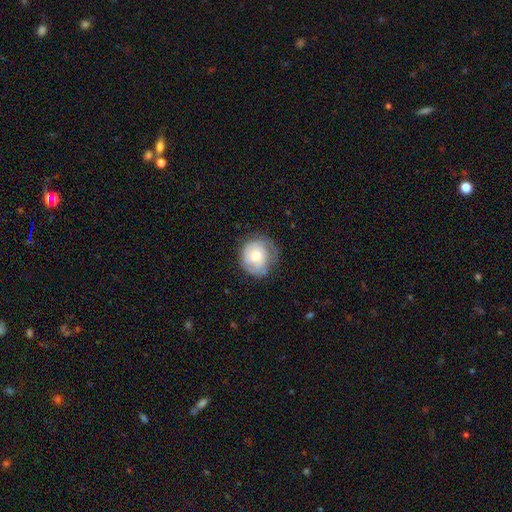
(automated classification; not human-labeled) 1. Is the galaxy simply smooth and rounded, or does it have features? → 54% featured or disk, 40% smooth, 7% star or artifact.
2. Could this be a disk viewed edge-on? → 97% no, 3% yes.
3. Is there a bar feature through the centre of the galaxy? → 77% no, 19% weak, 3% strong.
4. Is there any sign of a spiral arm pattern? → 78% yes, 22% no.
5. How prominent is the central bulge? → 65% moderate, 23% small, 10% large, 2% none, 1% dominant.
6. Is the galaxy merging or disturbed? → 65% none, 25% minor disturbance, 9% major disturbance, 1% merger.